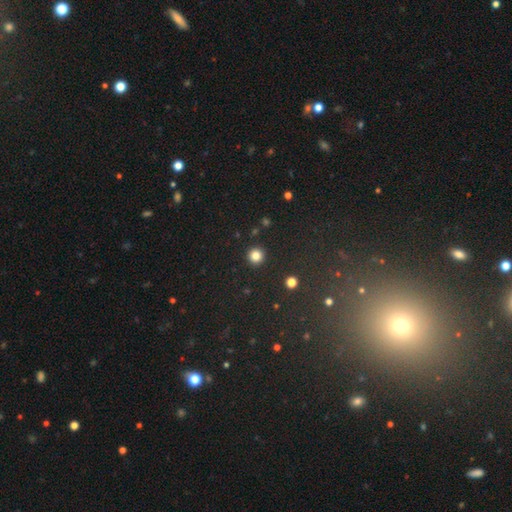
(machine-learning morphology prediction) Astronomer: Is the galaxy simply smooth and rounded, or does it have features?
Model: smooth — 84%.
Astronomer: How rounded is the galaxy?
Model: round — 95%.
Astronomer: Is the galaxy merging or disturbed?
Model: none — 93%.